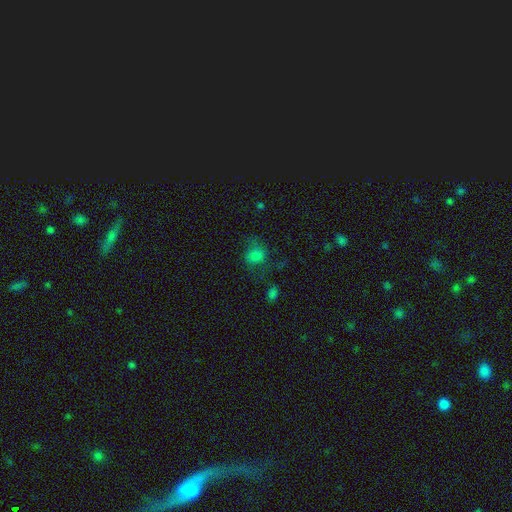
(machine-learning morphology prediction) Smooth or featured: smooth — 73% (star or artifact — 17%)
How rounded: round — 62% (in between — 37%)
Merging: none — 51% (minor disturbance — 24%)